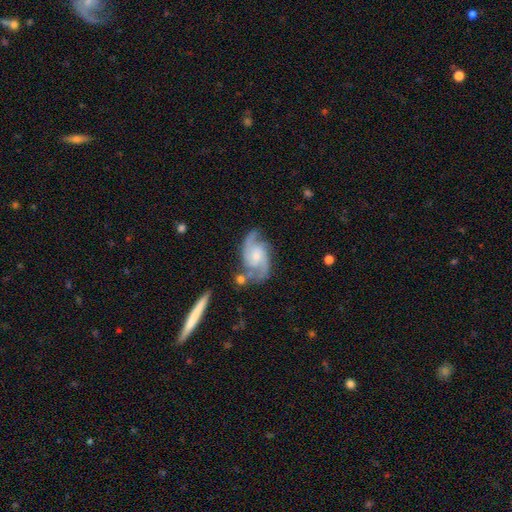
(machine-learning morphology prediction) Smooth or featured? featured or disk (89%)
Edge-on disk? no (97%)
Bar? no (56%)
Spiral arms? yes (98%)
Spiral winding? medium (57%)
Spiral arm count? 2 (83%)
Bulge size? small (43%)
Merging? none (68%)